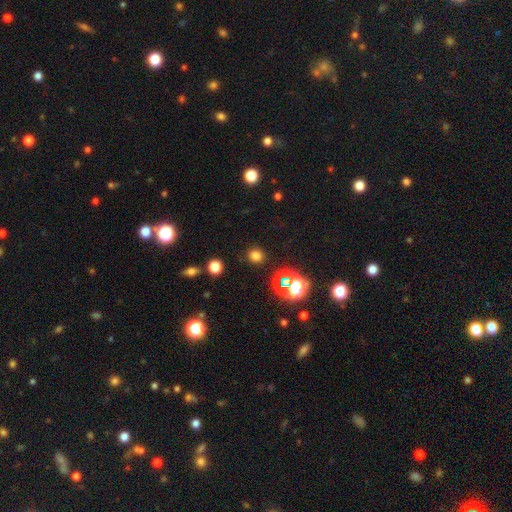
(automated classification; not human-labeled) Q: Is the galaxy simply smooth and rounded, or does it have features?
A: smooth — 70%.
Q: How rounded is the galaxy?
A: round — 87%.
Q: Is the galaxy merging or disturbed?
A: none — 88%.